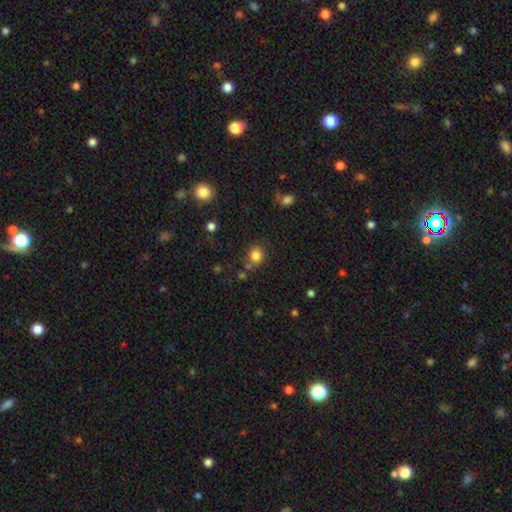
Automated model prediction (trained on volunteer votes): Smooth or featured? Predicted: smooth (p=0.83). How rounded? Predicted: round (p=0.79). Merging? Predicted: none (p=0.74).